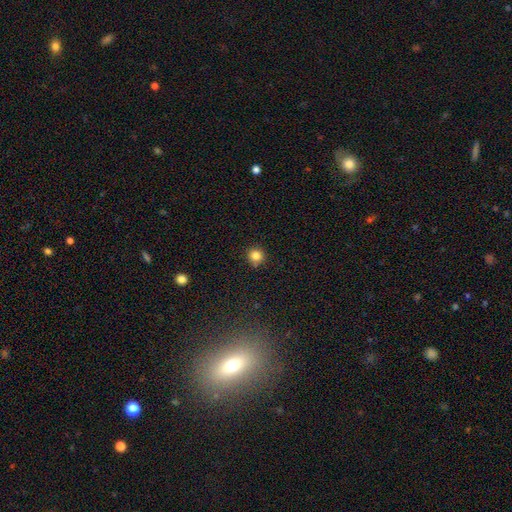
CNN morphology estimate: Smooth or featured? smooth (83%)
How rounded? round (93%)
Merging? none (84%)